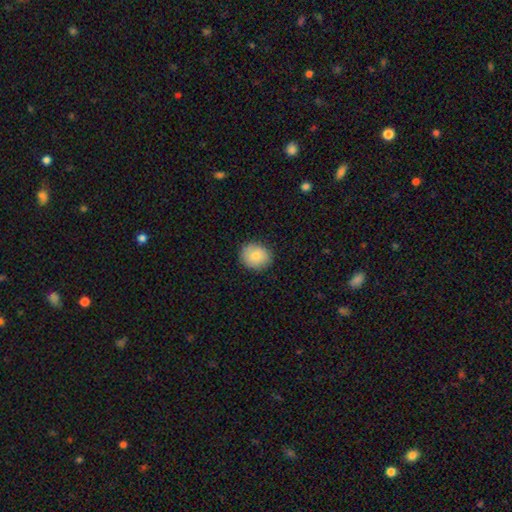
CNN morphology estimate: This appears to be a smooth galaxy with no disk features (83%) that is round (69%). Merging: none (88%).